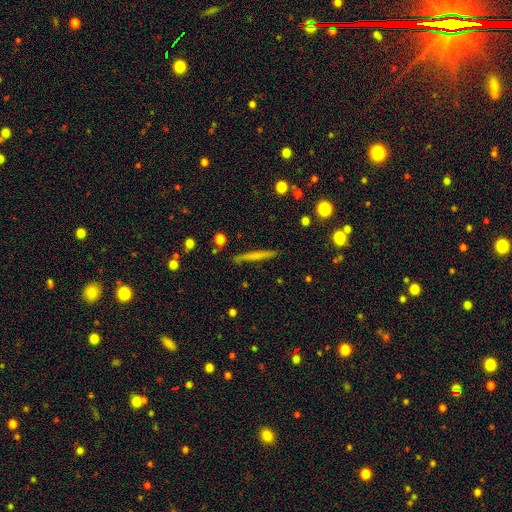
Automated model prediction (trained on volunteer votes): Morphology: type=smooth (57%); roundness=cigar-shaped (95%); merging=none (88%).